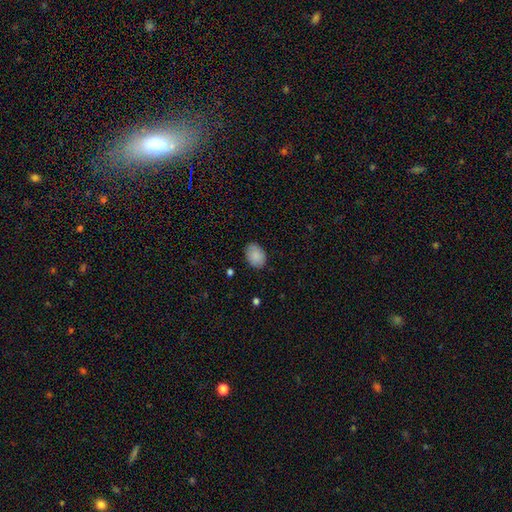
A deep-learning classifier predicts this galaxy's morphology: type=smooth (87%); roundness=in between (77%); merging=none (85%).